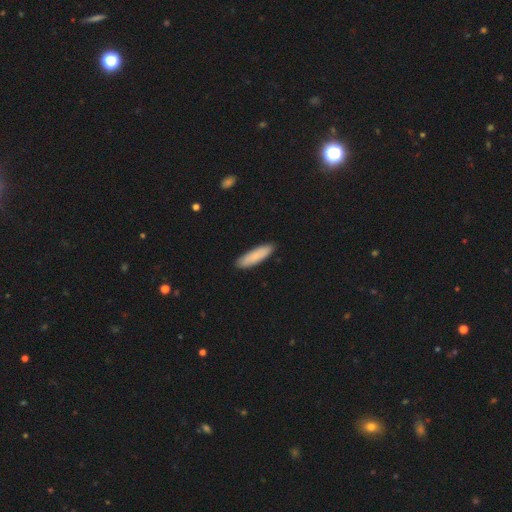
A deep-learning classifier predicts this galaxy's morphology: The model was most divided on "how rounded": cigar-shaped: 69%, in between: 30%, round: 1%. More confident: merging — none (90%); smooth or featured — smooth (87%).